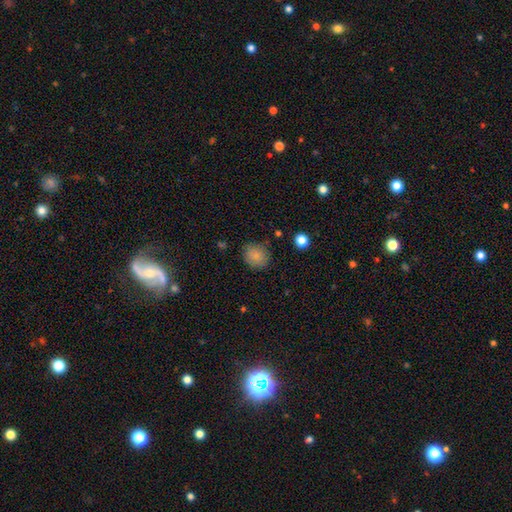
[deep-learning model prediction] This is clearly a smooth galaxy (85%). How rounded: likely round (72%). Merging: clearly none (83%).